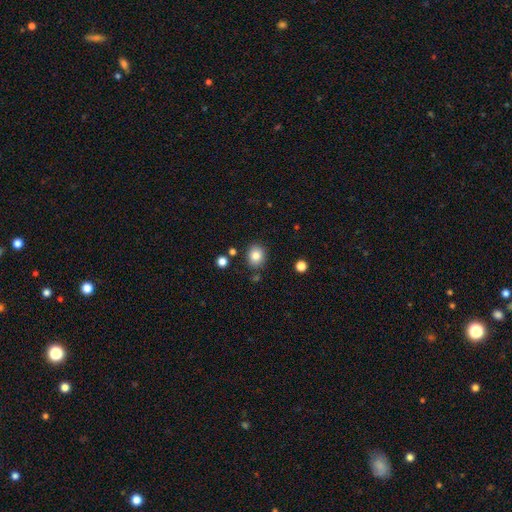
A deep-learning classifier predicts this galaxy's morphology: smooth-or-featured: smooth: 83% | star or artifact: 10% | featured or disk: 7%
  how-rounded: round: 72% | in between: 27% | cigar-shaped: 1%
  merging: none: 85% | minor disturbance: 9% | merger: 4% | major disturbance: 3%